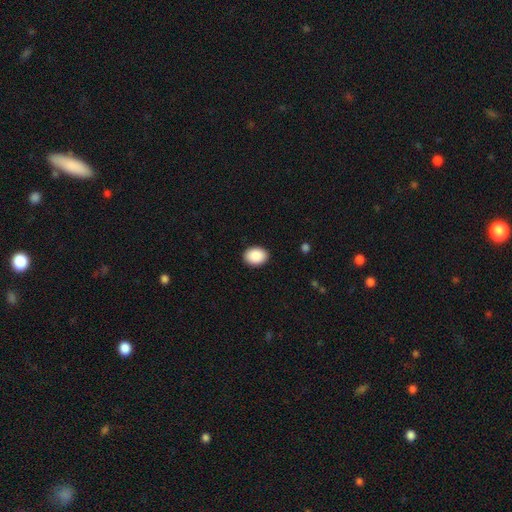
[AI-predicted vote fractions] Overall: smooth (90%). How rounded: in between (70%). Merging: none (91%).